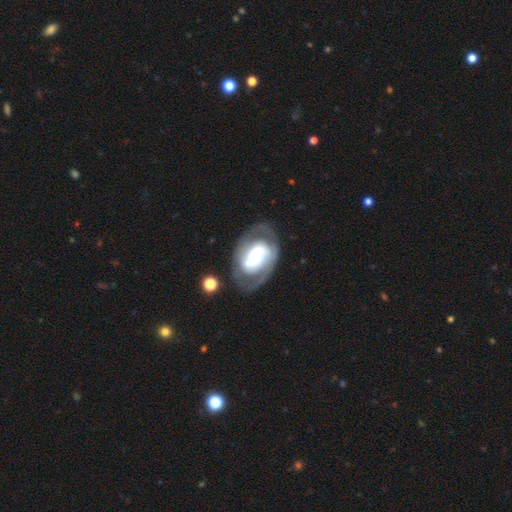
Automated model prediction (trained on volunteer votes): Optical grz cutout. It shows a featured or disk galaxy (74%) with no bar (49%), 2 (63%) tight (47%) spiral arms (76%) and a small central bulge (46%). Merging: none (62%).